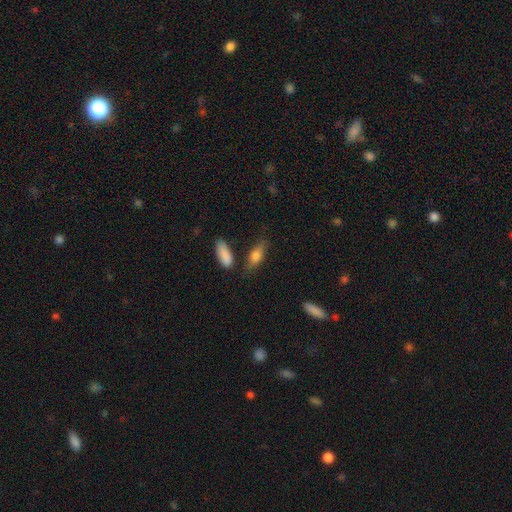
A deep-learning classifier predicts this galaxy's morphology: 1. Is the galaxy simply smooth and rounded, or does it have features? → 78% smooth, 15% featured or disk, 7% star or artifact.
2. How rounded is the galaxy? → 71% in between, 25% cigar-shaped, 4% round.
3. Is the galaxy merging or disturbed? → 70% none, 17% minor disturbance, 9% merger, 5% major disturbance.